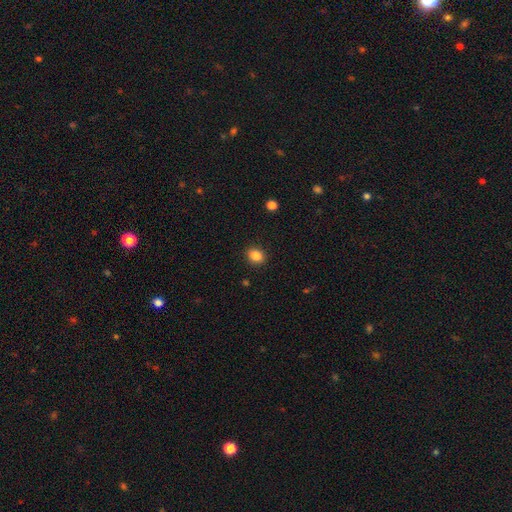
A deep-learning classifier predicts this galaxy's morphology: Smooth or featured?
  - smooth: 85% *
  - star or artifact: 10%
  - featured or disk: 5%
How rounded?
  - round: 50% *
  - in between: 49%
  - cigar-shaped: 1%
Merging?
  - none: 90% *
  - minor disturbance: 7%
  - major disturbance: 2%
  - merger: 1%